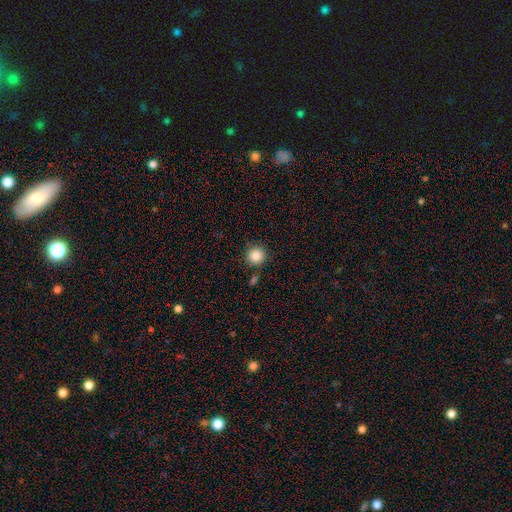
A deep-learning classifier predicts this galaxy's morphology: smooth 86%, star or artifact 10%, featured or disk 4%. Down the decision tree: how rounded — round (95%); merging — none (83%).